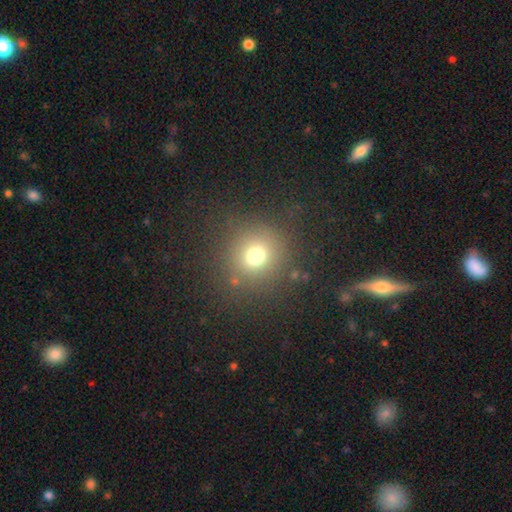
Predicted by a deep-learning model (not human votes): The model was most divided on "smooth or featured": smooth: 72%, star or artifact: 19%, featured or disk: 9%. More confident: how rounded — round (91%); merging — none (84%).